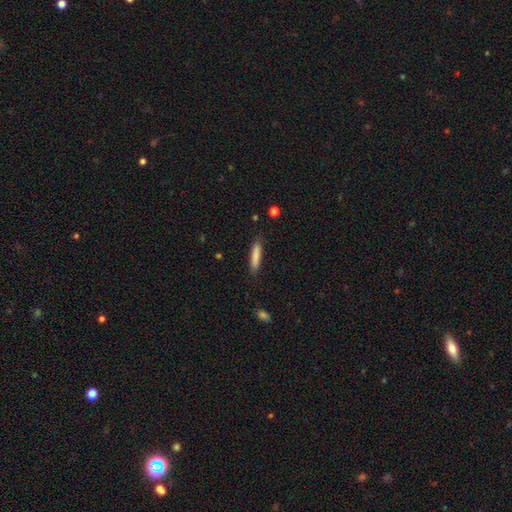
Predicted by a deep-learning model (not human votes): Smooth or featured?
  - smooth: 83% *
  - featured or disk: 10%
  - star or artifact: 6%
How rounded?
  - cigar-shaped: 86% *
  - in between: 13%
  - round: 1%
Merging?
  - none: 86% *
  - minor disturbance: 11%
  - major disturbance: 2%
  - merger: 1%